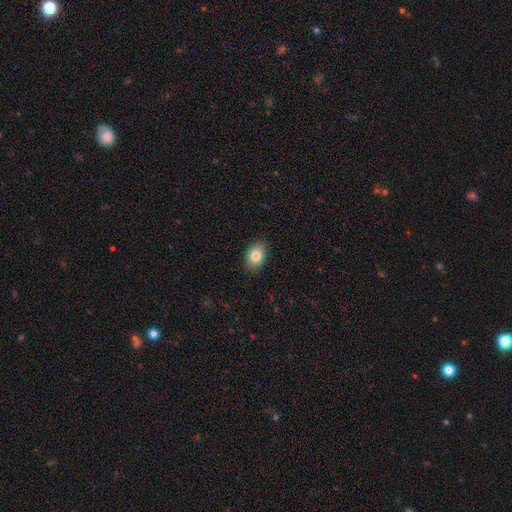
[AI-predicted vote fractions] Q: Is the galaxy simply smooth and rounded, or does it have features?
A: smooth — 83%.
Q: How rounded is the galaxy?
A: in between — 79%.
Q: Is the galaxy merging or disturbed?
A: none — 89%.